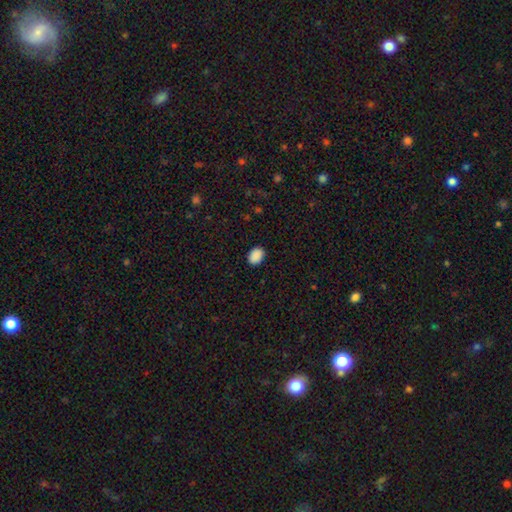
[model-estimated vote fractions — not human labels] This is clearly a smooth galaxy (89%). How rounded: likely in between (71%). Merging: clearly none (89%).